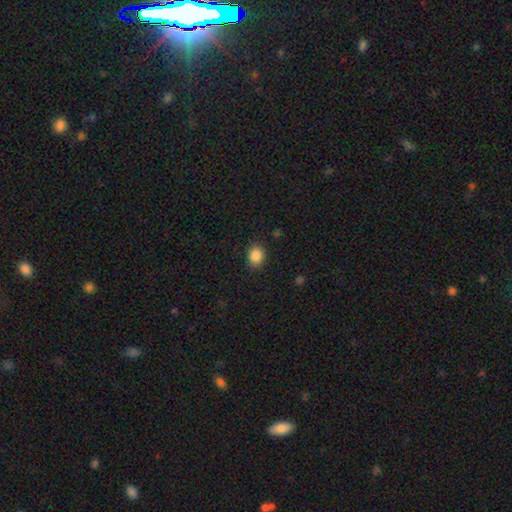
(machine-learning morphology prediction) Overall: smooth (87%). How rounded: round (54%; in between 45%). Merging: none (87%).